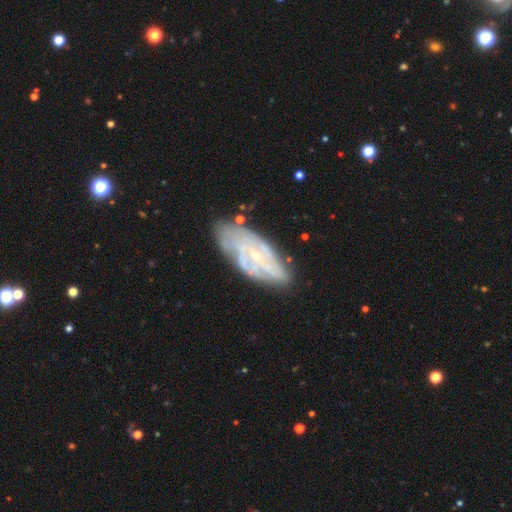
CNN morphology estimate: This is likely a featured or disk galaxy (75%). It is clearly not viewed edge-on (89%). Bar: likely no (61%). Spiral arm pattern: clearly yes (81%). Spiral arm count: possibly can't tell (50%). Spiral winding: possibly tight (57%). Central bulge: likely small (77%). Merging: likely none (70%).